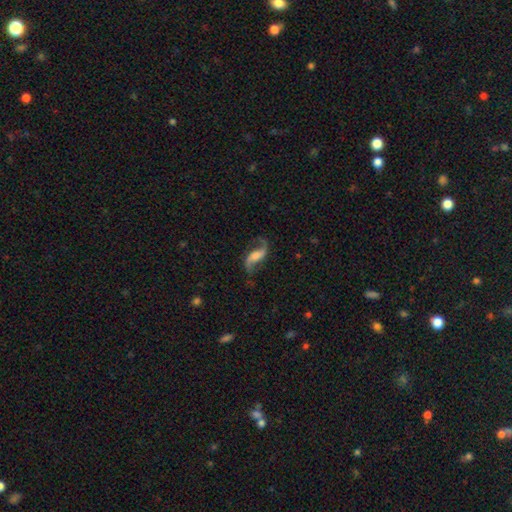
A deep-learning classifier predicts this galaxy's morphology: smooth-or-featured: featured or disk: 84% | smooth: 10% | star or artifact: 6%
  disk-edge-on: no: 96% | yes: 4%
    bar: weak: 40% | no: 37% | strong: 23%
    has-spiral-arms: yes: 96% | no: 4%
      spiral-winding: loose: 80% | medium: 16% | tight: 3%
      spiral-arm-count: 2: 93% | 1: 3% | can't tell: 2% | 3: 1% | 4: 1% | more than 4: 1%
    bulge-size: none: 30% | moderate: 25% | small: 23% | large: 19% | dominant: 4%
  merging: none: 74% | minor disturbance: 14% | major disturbance: 10% | merger: 2%